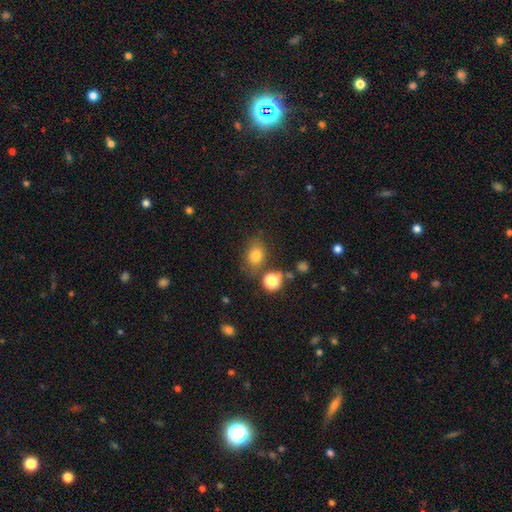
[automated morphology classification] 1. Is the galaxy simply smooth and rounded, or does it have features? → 78% smooth, 14% star or artifact, 8% featured or disk.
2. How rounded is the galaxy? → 57% in between, 42% round, 1% cigar-shaped.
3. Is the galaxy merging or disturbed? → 69% none, 15% minor disturbance, 10% merger, 6% major disturbance.